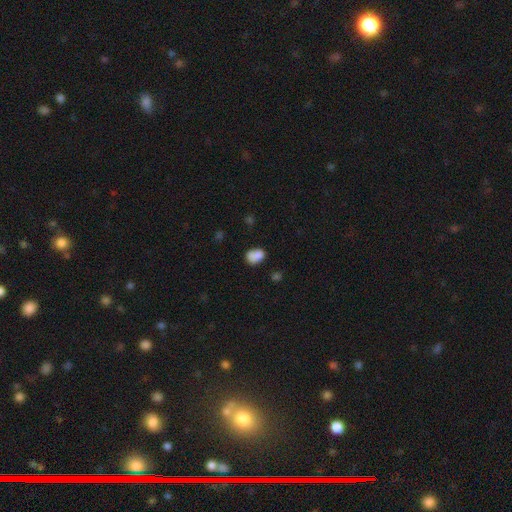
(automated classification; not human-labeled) Morphology: type=smooth (82%); roundness=in between (71%); merging=none (54%).